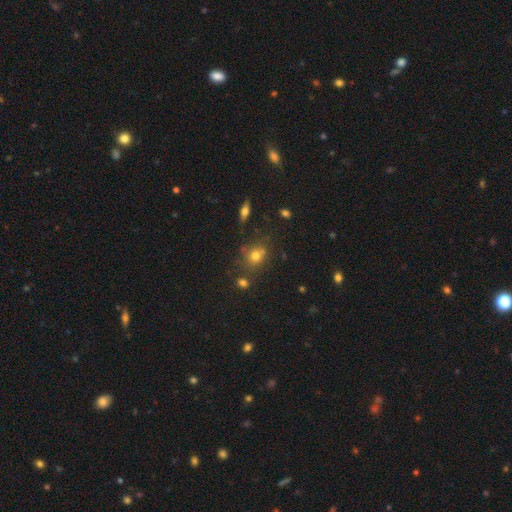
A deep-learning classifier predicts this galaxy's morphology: Smooth or featured: smooth — 70% (star or artifact — 16%)
How rounded: round — 70% (in between — 28%)
Merging: none — 64% (minor disturbance — 15%)